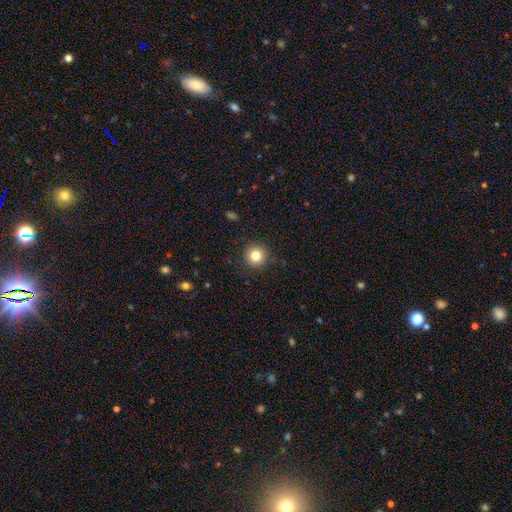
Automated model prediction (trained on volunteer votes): smooth_or_featured: smooth (p=0.83) [alt: star or artifact p=0.11]
how_rounded: round (p=0.95) [alt: in between p=0.04]
merging: none (p=0.91) [alt: minor disturbance p=0.06]